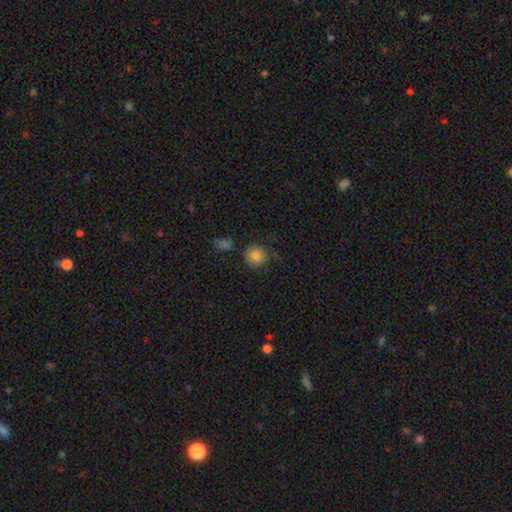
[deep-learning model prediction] Smooth or featured? Predicted: smooth (p=0.84). How rounded? Predicted: round (p=0.92). Merging? Predicted: none (p=0.76).